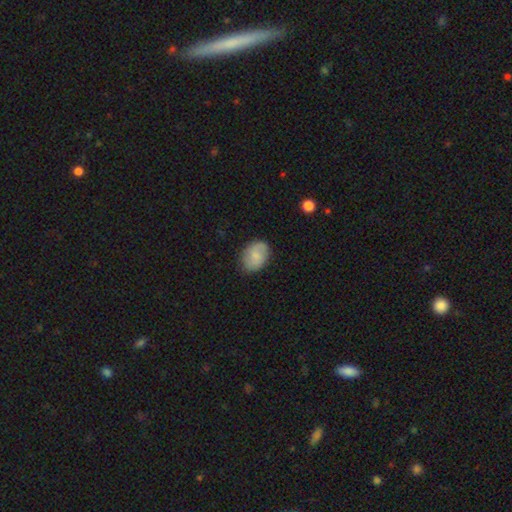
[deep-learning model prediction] Q: Smooth or featured?
A: smooth (66%); runner-up: featured or disk (27%)
Q: How rounded?
A: in between (75%); runner-up: round (24%)
Q: Merging?
A: none (80%); runner-up: minor disturbance (15%)